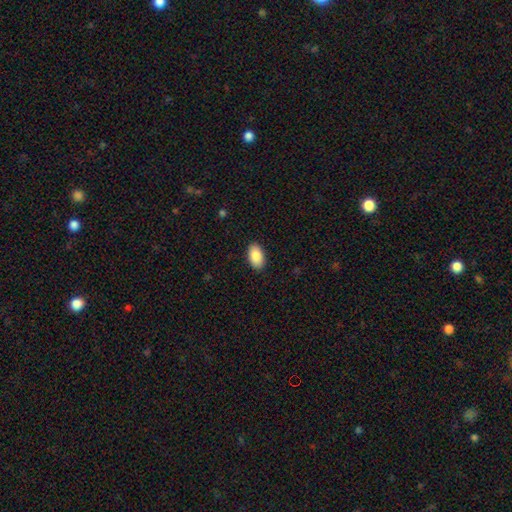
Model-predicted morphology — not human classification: This appears to be a smooth galaxy with no disk features (88%) that is in between round and cigar-shaped (94%). Merging: none (89%).